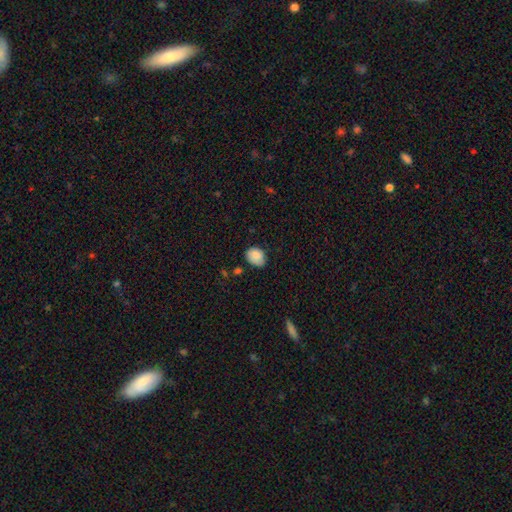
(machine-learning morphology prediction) type=smooth (84%); roundness=in between (60%); merging=none (61%).